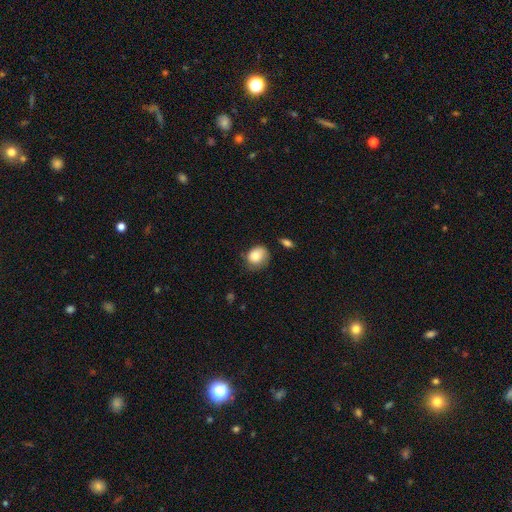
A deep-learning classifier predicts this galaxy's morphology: type=smooth (82%); roundness=round (59%); merging=none (59%).